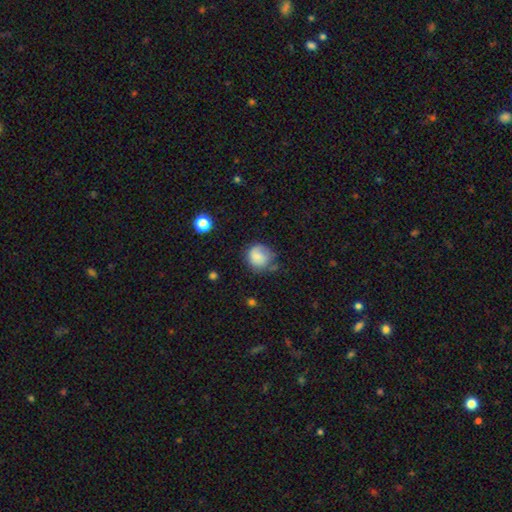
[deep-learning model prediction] smooth-or-featured: smooth: 69% | featured or disk: 22% | star or artifact: 9%
  how-rounded: round: 84% | in between: 15% | cigar-shaped: 1%
  merging: none: 59% | minor disturbance: 25% | major disturbance: 12% | merger: 4%